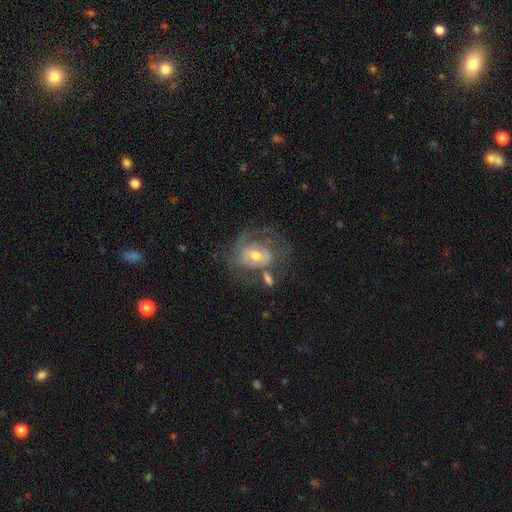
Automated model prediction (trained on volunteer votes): Smooth or featured?
  - featured or disk: 66% *
  - smooth: 26%
  - star or artifact: 8%
Edge-on disk?
  - no: 96% *
  - yes: 4%
Bar?
  - no: 55% *
  - weak: 34%
  - strong: 11%
Spiral arms?
  - yes: 60% *
  - no: 40%
Bulge size?
  - moderate: 71% *
  - small: 20%
  - large: 6%
  - none: 1%
  - dominant: 1%
Merging?
  - none: 40% *
  - major disturbance: 26%
  - minor disturbance: 20%
  - merger: 13%